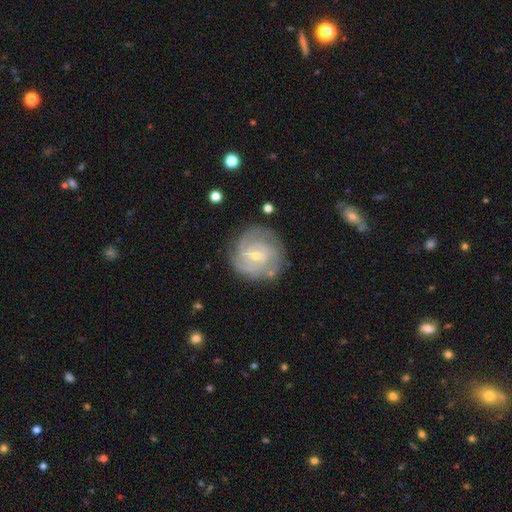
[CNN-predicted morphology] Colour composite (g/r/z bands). It shows a featured or disk galaxy (88%) with a weak bar (45%), 3 (34%) tight (70%) spiral arms (97%) and a small central bulge (68%). Merging: none (78%).